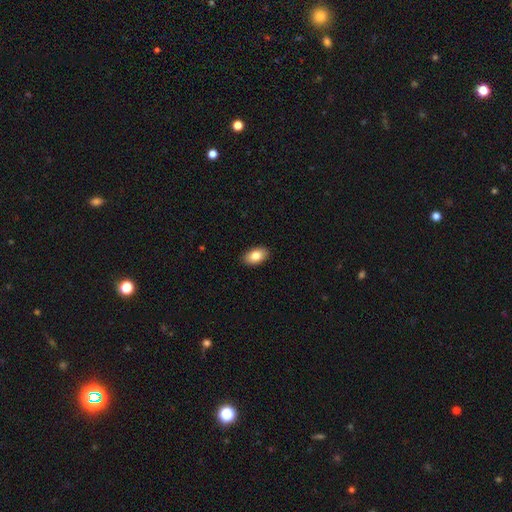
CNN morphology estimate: smooth 82%, featured or disk 11%, star or artifact 7%. Down the decision tree: how rounded — in between (93%); merging — none (90%).